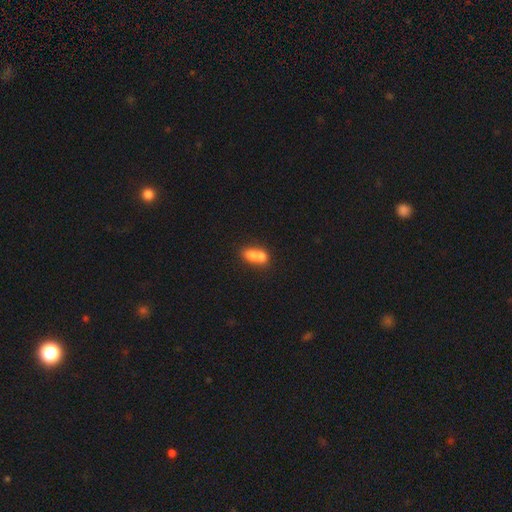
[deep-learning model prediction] This is likely a smooth galaxy (69%). How rounded: possibly in between (55%). Merging: likely merger (73%).